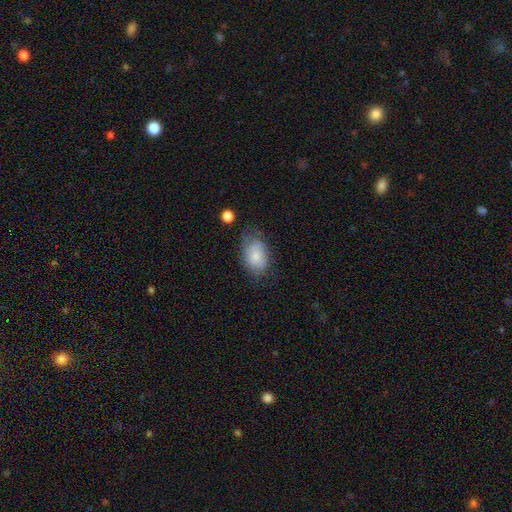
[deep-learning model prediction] Overall: smooth (76%). How rounded: in between (86%). Merging: none (54%; minor disturbance 31%).